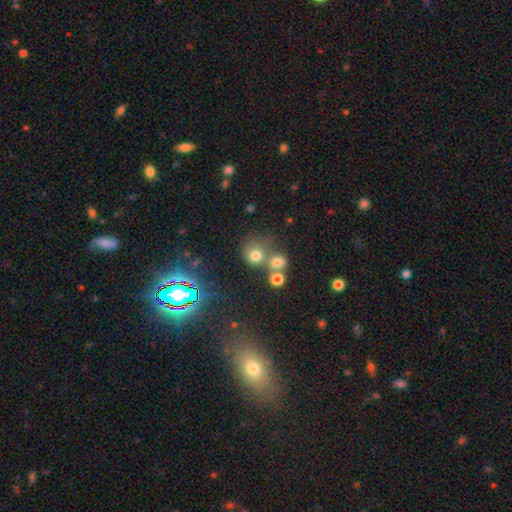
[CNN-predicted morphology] This is likely a smooth galaxy (71%). How rounded: clearly round (81%). Merging: possibly none (49%).